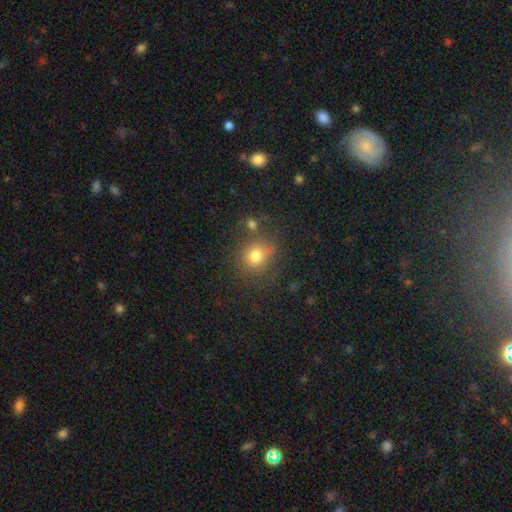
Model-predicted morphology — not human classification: smooth_or_featured: smooth (p=0.76) [alt: star or artifact p=0.15]
how_rounded: round (p=0.82) [alt: in between p=0.17]
merging: none (p=0.70) [alt: minor disturbance p=0.14]